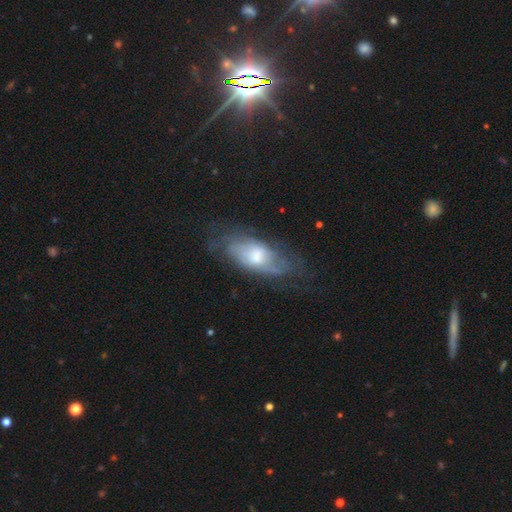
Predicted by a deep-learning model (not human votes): featured or disk 58%, smooth 34%, star or artifact 8%. Down the decision tree: edge-on disk — no (84%); merging — none (57%).